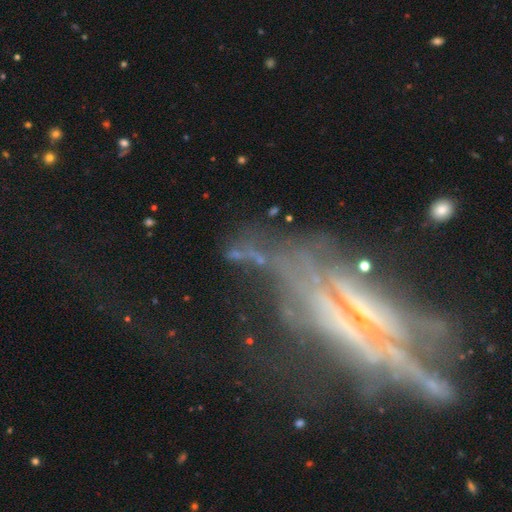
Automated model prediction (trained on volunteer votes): Morphology: type=featured or disk (60%); edge-on=yes (51%); merging=none (46%).